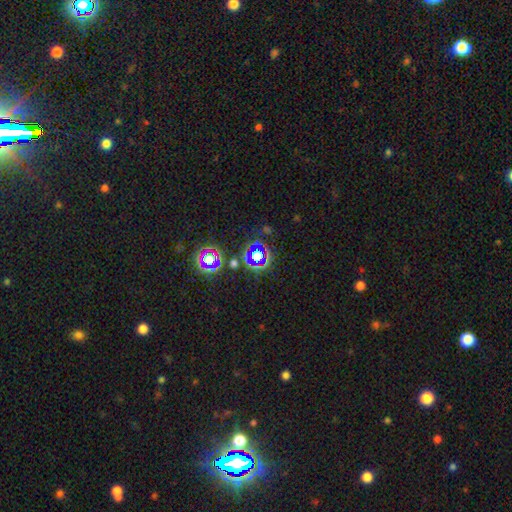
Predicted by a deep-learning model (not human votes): Smooth or featured? Predicted: star or artifact (p=0.66).